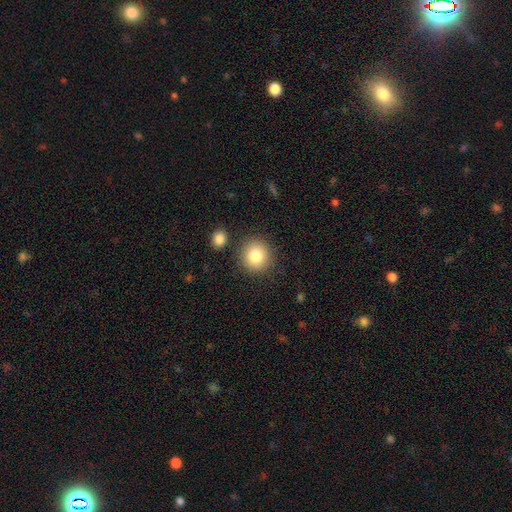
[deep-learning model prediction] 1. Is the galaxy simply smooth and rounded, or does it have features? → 84% smooth, 9% star or artifact, 7% featured or disk.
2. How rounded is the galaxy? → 92% round, 7% in between, 1% cigar-shaped.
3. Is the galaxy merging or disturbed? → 86% none, 7% minor disturbance, 4% merger, 2% major disturbance.